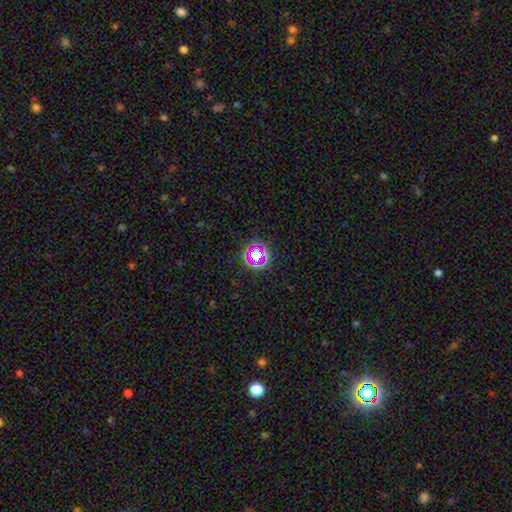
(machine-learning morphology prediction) smooth-or-featured: star or artifact: 65% | smooth: 24% | featured or disk: 11%